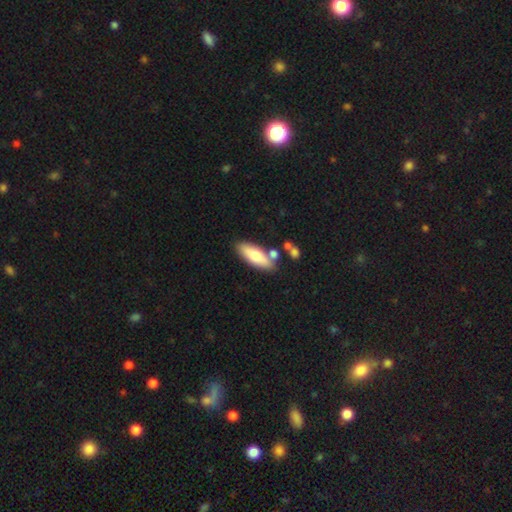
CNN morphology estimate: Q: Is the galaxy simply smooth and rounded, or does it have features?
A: smooth — 69%.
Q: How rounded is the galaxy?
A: in between — 60%.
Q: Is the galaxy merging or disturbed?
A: none — 74%.